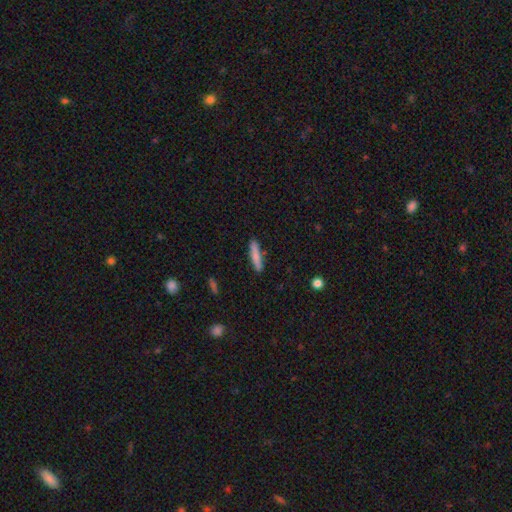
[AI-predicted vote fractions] Smooth or featured? smooth (79%)
How rounded? cigar-shaped (89%)
Merging? none (87%)